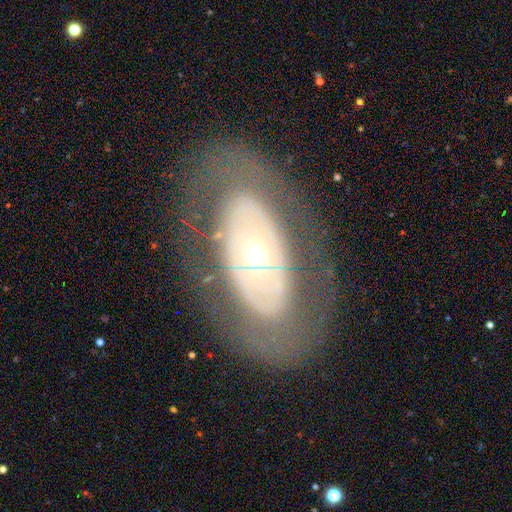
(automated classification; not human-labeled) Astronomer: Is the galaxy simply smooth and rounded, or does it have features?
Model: featured or disk — 68%.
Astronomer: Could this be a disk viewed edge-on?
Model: no — 90%.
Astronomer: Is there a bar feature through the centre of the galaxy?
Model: no — 87%.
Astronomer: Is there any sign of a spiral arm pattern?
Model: no — 77%.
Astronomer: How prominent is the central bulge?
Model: moderate — 58%.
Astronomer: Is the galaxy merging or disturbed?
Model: none — 77%.